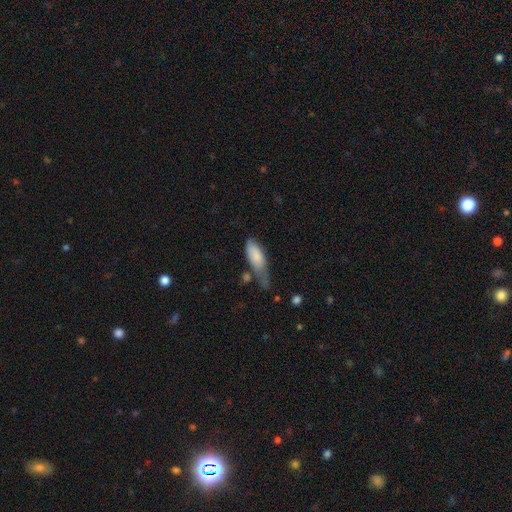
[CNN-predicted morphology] Smooth or featured?
  - smooth: 81% *
  - featured or disk: 13%
  - star or artifact: 6%
How rounded?
  - in between: 75% *
  - cigar-shaped: 23%
  - round: 2%
Merging?
  - minor disturbance: 39% *
  - none: 25%
  - major disturbance: 25%
  - merger: 10%